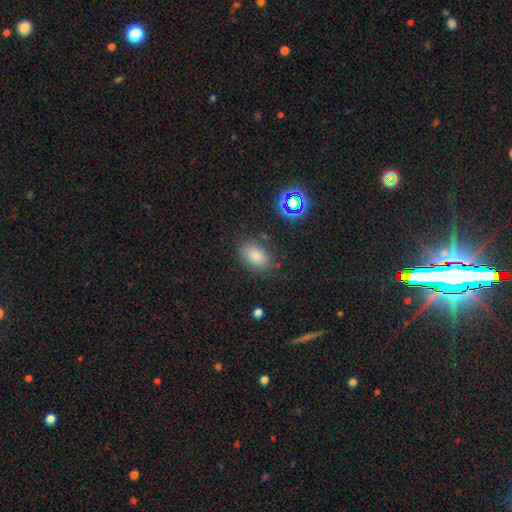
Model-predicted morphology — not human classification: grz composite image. It shows a smooth galaxy with no disk features (81%) that is in between round and cigar-shaped (87%). Merging: none (81%).